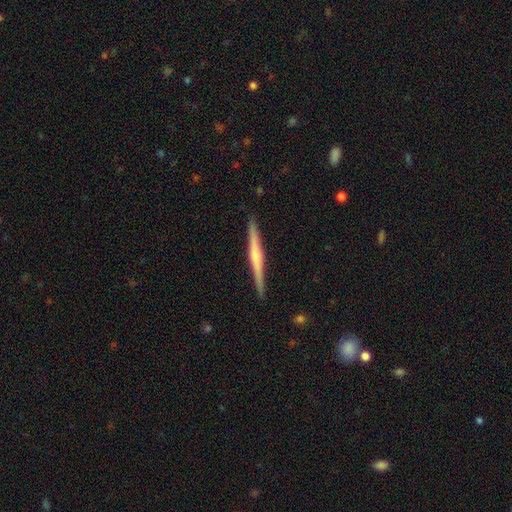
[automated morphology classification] A featured or disk galaxy (67%) viewed edge-on (98%) with a rounded central bulge (60%).

Vote fractions:
- Smooth or featured? featured or disk: 67% / smooth: 28% / star or artifact: 5%
- Edge-on disk? yes: 98% / no: 2%
- Edge-on bulge? rounded: 60% / none: 29% / boxy: 11%
- Merging? none: 91% / minor disturbance: 6% / major disturbance: 1% / merger: 1%